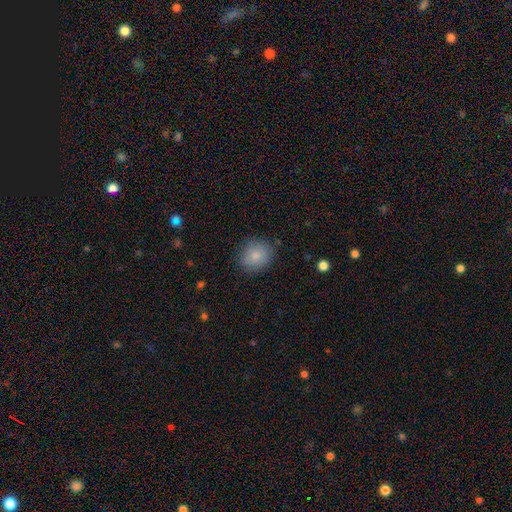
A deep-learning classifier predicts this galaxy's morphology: Smooth or featured? Predicted: smooth (p=0.84). How rounded? Predicted: round (p=0.75). Merging? Predicted: none (p=0.83).